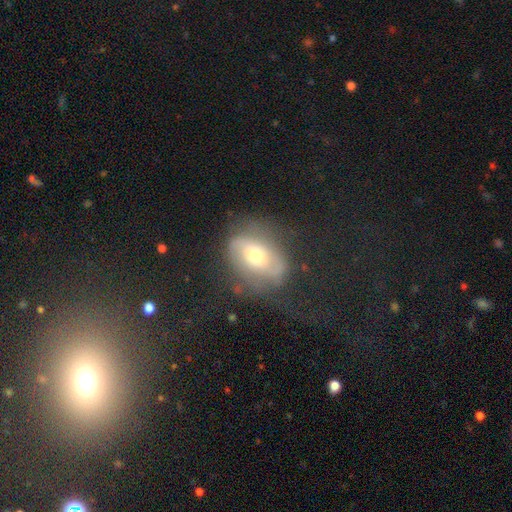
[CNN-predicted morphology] featured or disk 56%, smooth 34%, star or artifact 10%. Down the decision tree: edge-on disk — no (92%); bar — no (44%); spiral arms — yes (66%); bulge size — moderate (69%); merging — none (57%).